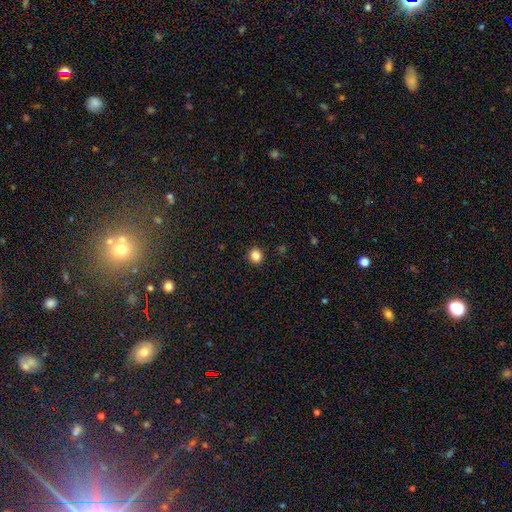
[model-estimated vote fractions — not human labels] Smooth or featured? Predicted: smooth (p=0.85). How rounded? Predicted: round (p=0.89). Merging? Predicted: none (p=0.92).